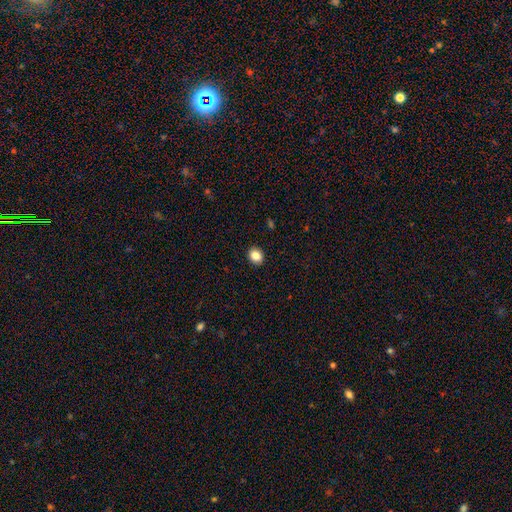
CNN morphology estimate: A smooth galaxy with no disk features (86%) that is round (61%).

Vote fractions:
- Smooth or featured? smooth: 86% / star or artifact: 10% / featured or disk: 5%
- How rounded? round: 61% / in between: 38% / cigar-shaped: 1%
- Merging? none: 92% / minor disturbance: 6% / major disturbance: 2% / merger: 1%